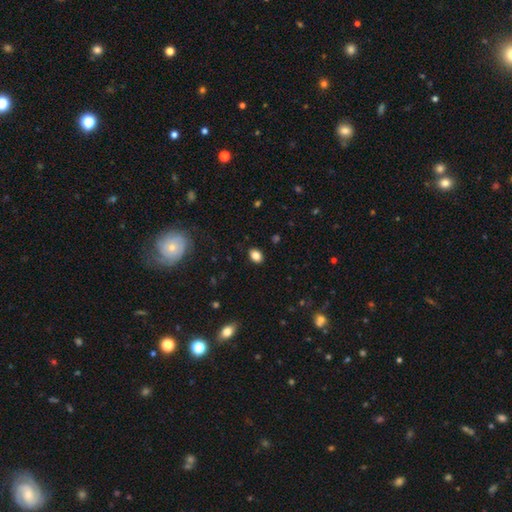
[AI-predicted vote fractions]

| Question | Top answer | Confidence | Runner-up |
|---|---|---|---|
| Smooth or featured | smooth | 84% | star or artifact (11%) |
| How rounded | in between | 72% | round (27%) |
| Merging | none | 88% | minor disturbance (9%) |